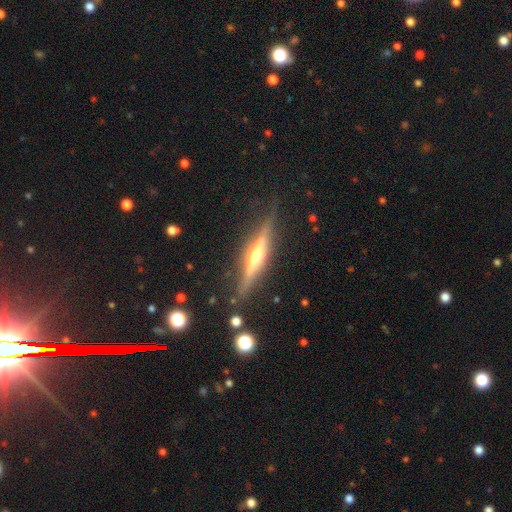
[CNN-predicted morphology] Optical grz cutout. It shows a featured or disk galaxy (77%) viewed edge-on (97%) with a rounded central bulge (82%). Merging: none (84%).